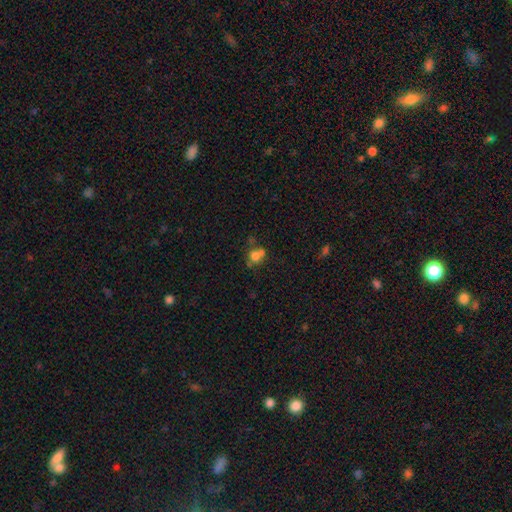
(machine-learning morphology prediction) This appears to be a smooth galaxy with no disk features (69%) that is round (72%). Merging: merger (41%, tied with none).